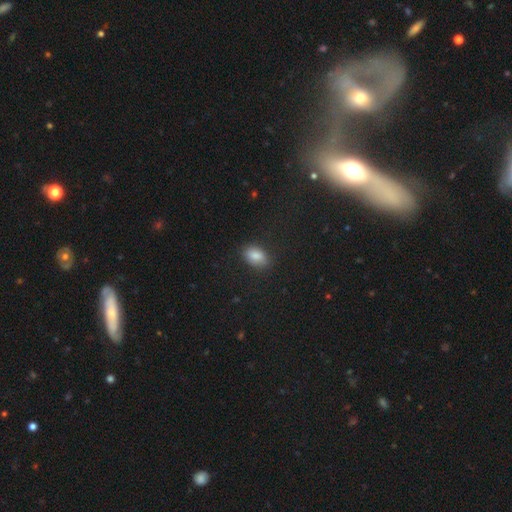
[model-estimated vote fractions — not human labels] The model was most divided on "merging": none: 83%, minor disturbance: 13%, major disturbance: 4%, merger: 1%. More confident: how rounded — in between (88%); smooth or featured — smooth (84%).